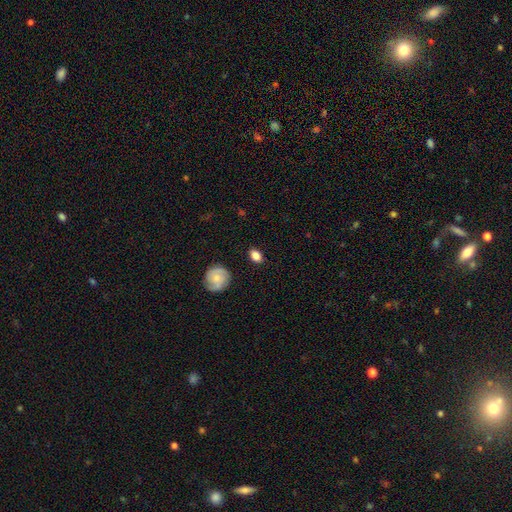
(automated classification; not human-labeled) Smooth or featured? Predicted: smooth (p=0.82). How rounded? Predicted: in between (p=0.76). Merging? Predicted: none (p=0.84).